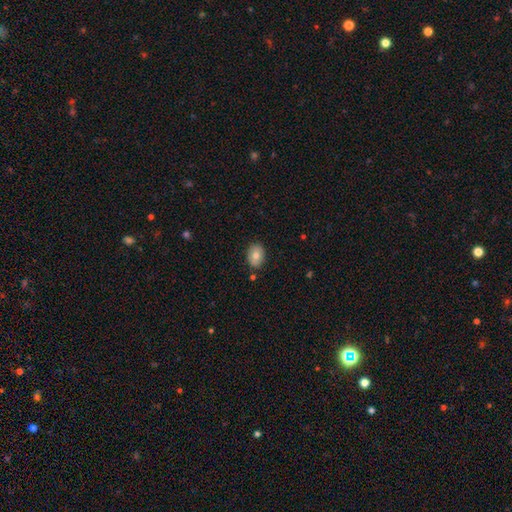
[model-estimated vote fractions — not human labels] This is likely a smooth galaxy (78%). How rounded: likely in between (73%). Merging: clearly none (85%).